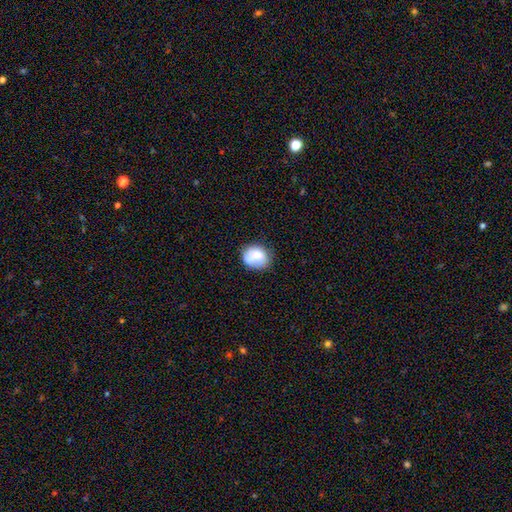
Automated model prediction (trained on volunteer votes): Smooth or featured?
  - smooth: 68% *
  - featured or disk: 23%
  - star or artifact: 9%
How rounded?
  - round: 70% *
  - in between: 29%
  - cigar-shaped: 1%
Merging?
  - none: 57% *
  - minor disturbance: 24%
  - merger: 12%
  - major disturbance: 8%